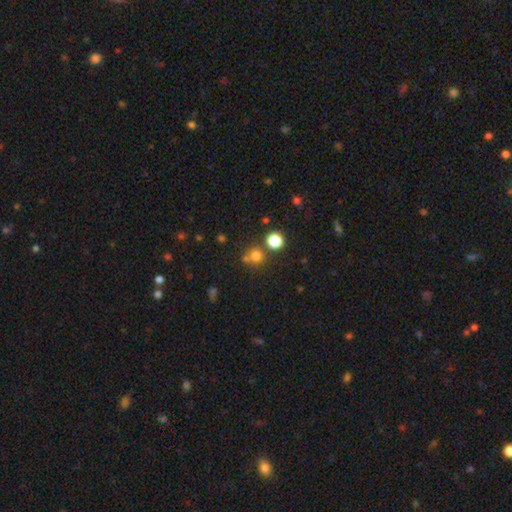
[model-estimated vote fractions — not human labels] This is likely a smooth galaxy (70%). How rounded: clearly round (88%). Merging: likely none (64%).